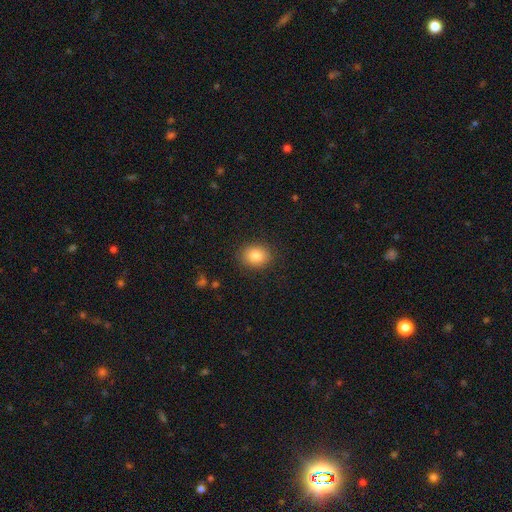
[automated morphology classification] smooth 82%, star or artifact 10%, featured or disk 8%. Down the decision tree: how rounded — round (62%); merging — none (87%).